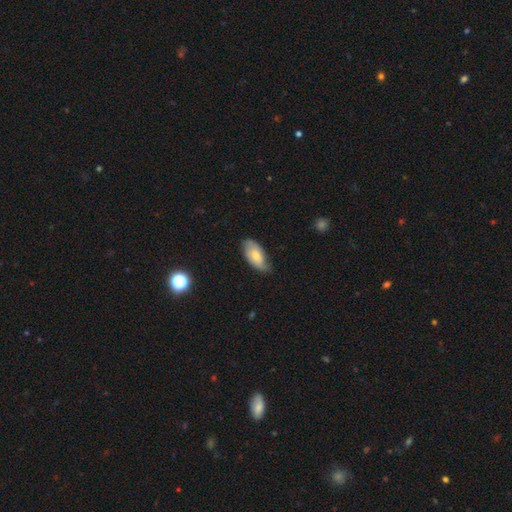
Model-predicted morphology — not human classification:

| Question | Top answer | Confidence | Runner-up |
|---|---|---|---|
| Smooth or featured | smooth | 60% | featured or disk (33%) |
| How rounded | in between | 92% | cigar-shaped (5%) |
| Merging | none | 63% | minor disturbance (30%) |